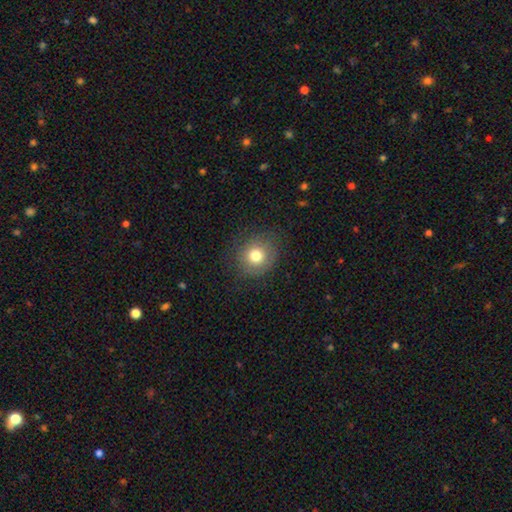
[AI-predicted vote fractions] Q: Smooth or featured?
A: smooth (77%); runner-up: featured or disk (12%)
Q: How rounded?
A: round (84%); runner-up: in between (15%)
Q: Merging?
A: none (81%); runner-up: minor disturbance (13%)